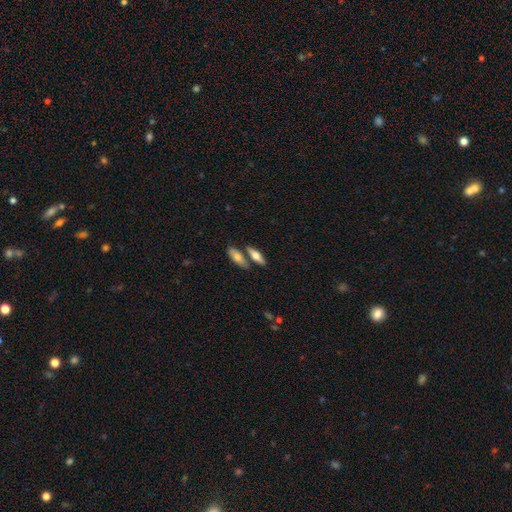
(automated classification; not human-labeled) smooth 58%, featured or disk 36%, star or artifact 7%. Down the decision tree: how rounded — in between (50%); merging — none (61%).